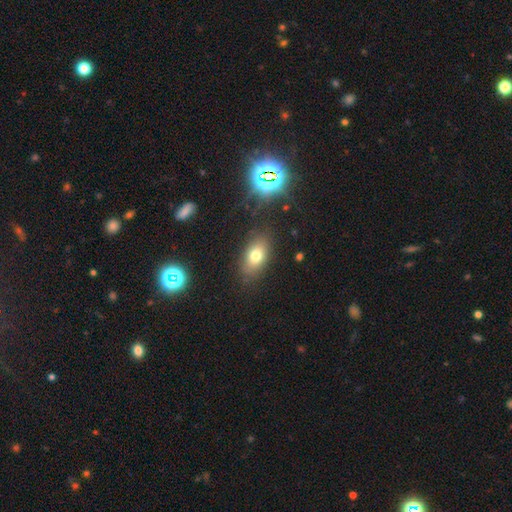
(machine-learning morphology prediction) This is likely a smooth galaxy (73%). How rounded: clearly in between (83%). Merging: clearly none (82%).